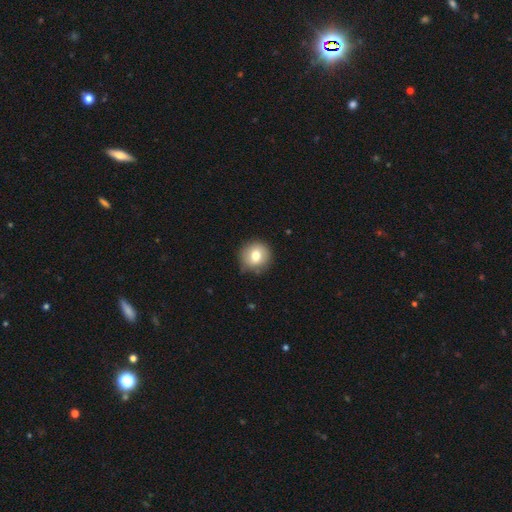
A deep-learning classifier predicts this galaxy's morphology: type=smooth (77%); roundness=round (91%); merging=none (83%).